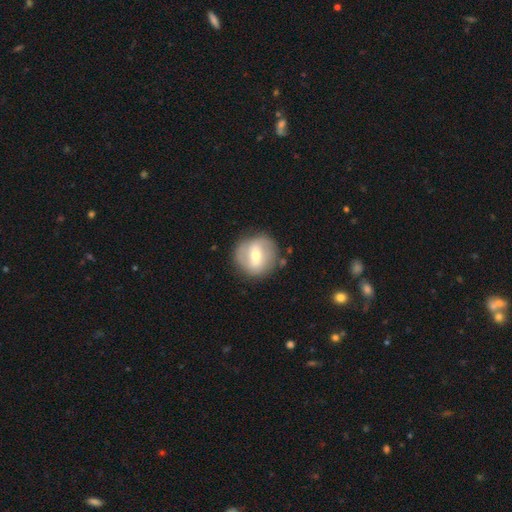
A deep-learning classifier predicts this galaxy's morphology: Smooth or featured?
  - featured or disk: 58% *
  - smooth: 36%
  - star or artifact: 6%
Edge-on disk?
  - no: 95% *
  - yes: 5%
Bar?
  - weak: 44% *
  - strong: 37%
  - no: 20%
Spiral arms?
  - yes: 57% *
  - no: 43%
Bulge size?
  - moderate: 63% *
  - small: 31%
  - large: 4%
  - none: 1%
  - dominant: 1%
Merging?
  - none: 82% *
  - minor disturbance: 12%
  - major disturbance: 4%
  - merger: 2%